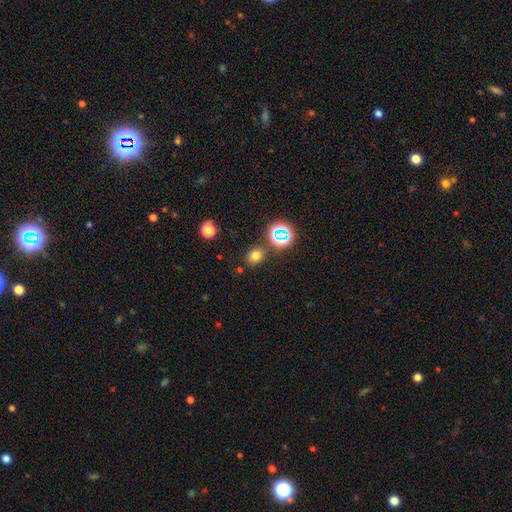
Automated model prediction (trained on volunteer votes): Smooth or featured? smooth (71%)
How rounded? round (60%)
Merging? none (81%)